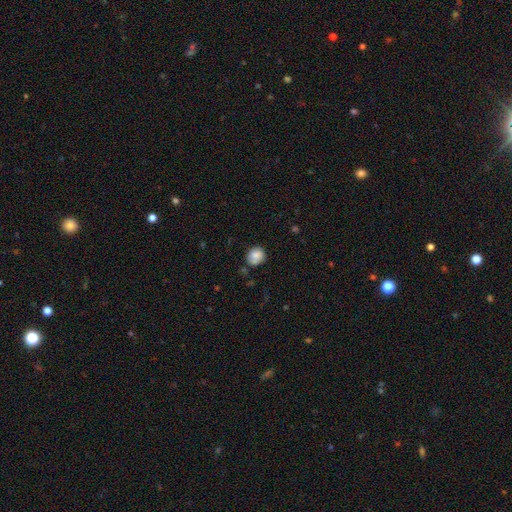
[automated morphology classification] Smooth or featured?
  - smooth: 79% *
  - featured or disk: 12%
  - star or artifact: 9%
How rounded?
  - round: 77% *
  - in between: 22%
  - cigar-shaped: 1%
Merging?
  - none: 64% *
  - minor disturbance: 22%
  - merger: 8%
  - major disturbance: 6%